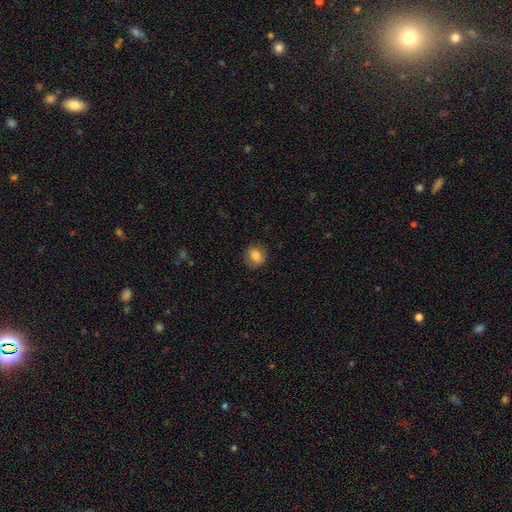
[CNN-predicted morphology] Smooth or featured?
  - smooth: 81% *
  - featured or disk: 11%
  - star or artifact: 9%
How rounded?
  - round: 66% *
  - in between: 33%
  - cigar-shaped: 1%
Merging?
  - none: 79% *
  - minor disturbance: 15%
  - major disturbance: 5%
  - merger: 1%